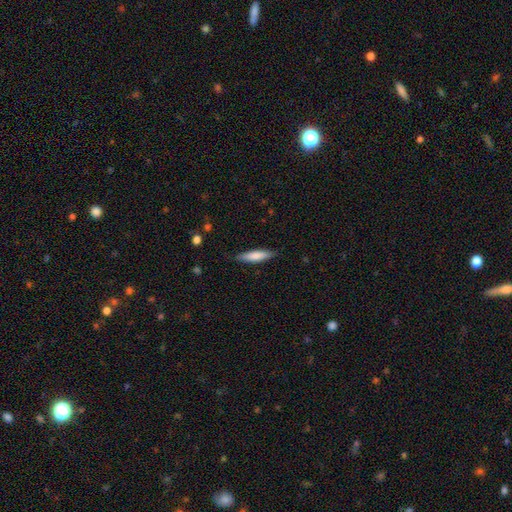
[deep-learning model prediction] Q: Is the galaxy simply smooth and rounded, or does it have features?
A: smooth — 74%.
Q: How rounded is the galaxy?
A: cigar-shaped — 77%.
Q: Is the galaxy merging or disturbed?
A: none — 85%.